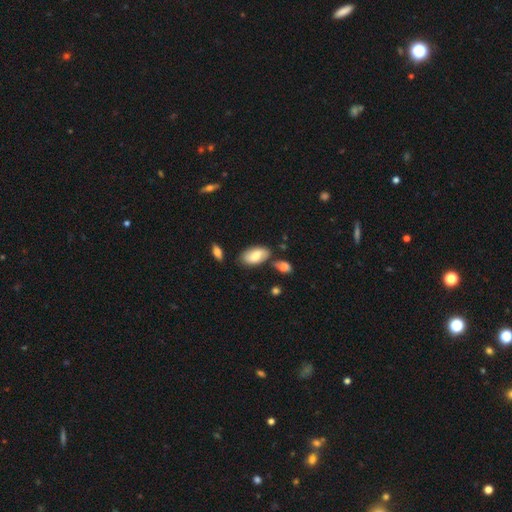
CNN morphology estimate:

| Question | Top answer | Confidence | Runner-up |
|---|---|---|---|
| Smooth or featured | smooth | 70% | featured or disk (24%) |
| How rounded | in between | 94% | round (3%) |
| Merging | none | 71% | minor disturbance (18%) |